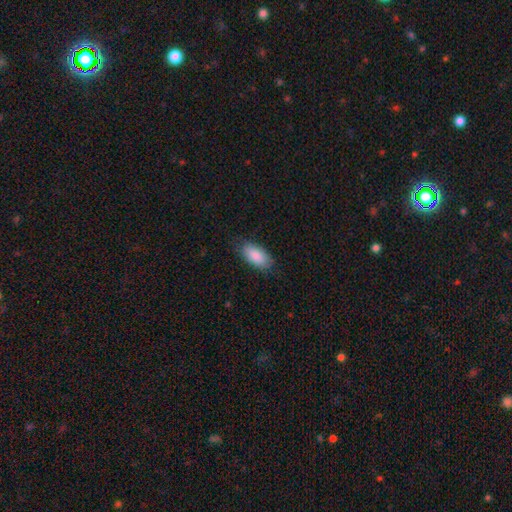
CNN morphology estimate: smooth-or-featured: smooth: 87% | featured or disk: 7% | star or artifact: 6%
  how-rounded: in between: 91% | cigar-shaped: 6% | round: 2%
  merging: none: 80% | minor disturbance: 16% | major disturbance: 3% | merger: 1%